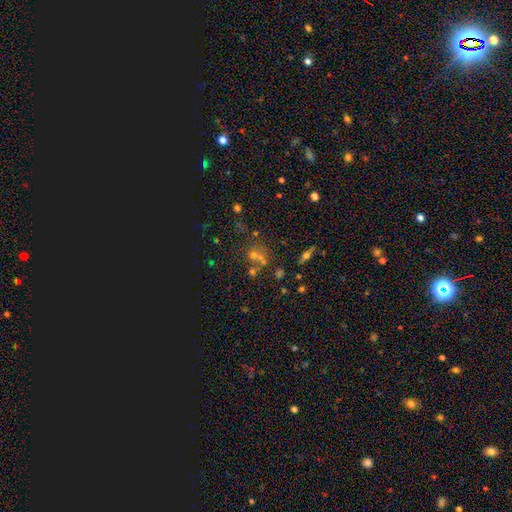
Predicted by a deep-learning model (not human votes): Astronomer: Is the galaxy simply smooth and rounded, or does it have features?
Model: star or artifact — 46% (runner-up: smooth, 37%).